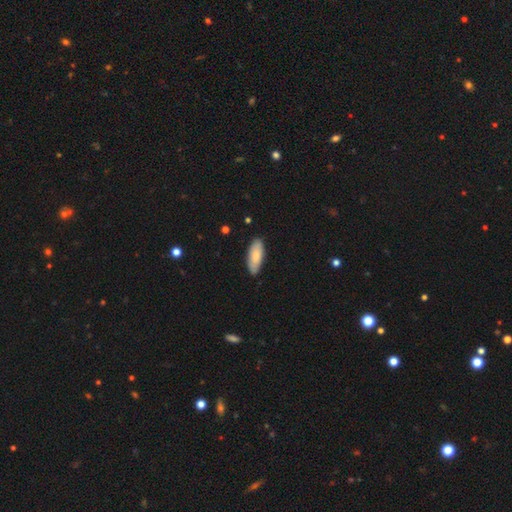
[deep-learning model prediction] Morphology: type=smooth (79%); roundness=in between (81%); merging=none (86%).